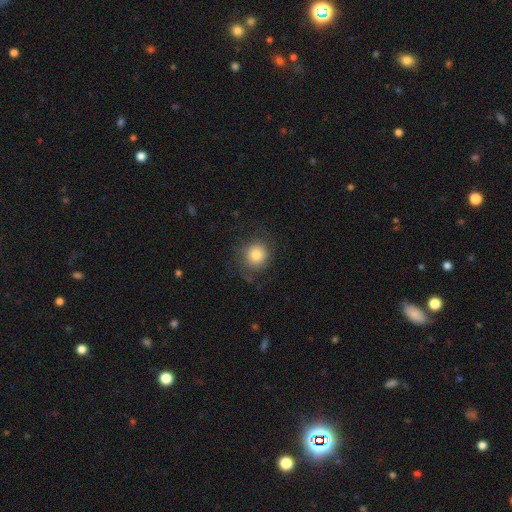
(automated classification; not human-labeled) Smooth or featured? Predicted: smooth (p=0.78). How rounded? Predicted: round (p=0.90). Merging? Predicted: none (p=0.74).